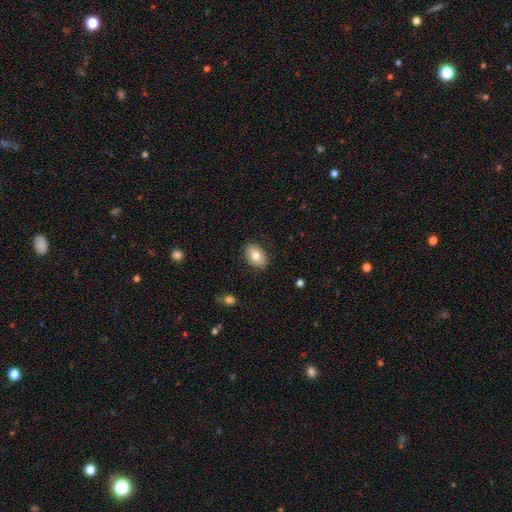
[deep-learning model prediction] smooth-or-featured: smooth: 78% | featured or disk: 14% | star or artifact: 7%
  how-rounded: in between: 87% | round: 12% | cigar-shaped: 1%
  merging: none: 86% | minor disturbance: 10% | major disturbance: 2% | merger: 1%